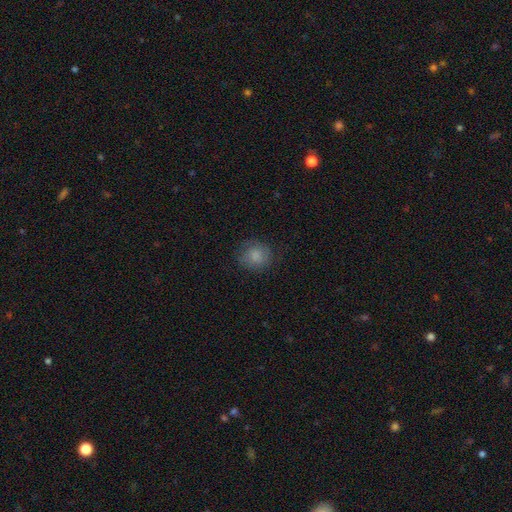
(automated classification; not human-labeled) Smooth or featured? Predicted: smooth (p=0.81). How rounded? Predicted: round (p=0.79). Merging? Predicted: none (p=0.76).